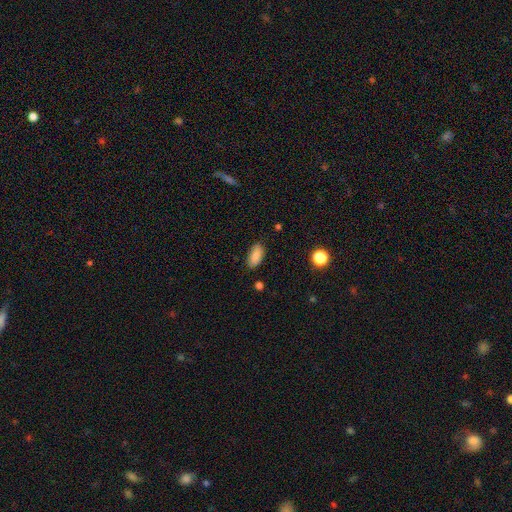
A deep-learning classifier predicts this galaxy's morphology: Smooth or featured? Predicted: smooth (p=0.87). How rounded? Predicted: in between (p=0.91). Merging? Predicted: none (p=0.83).